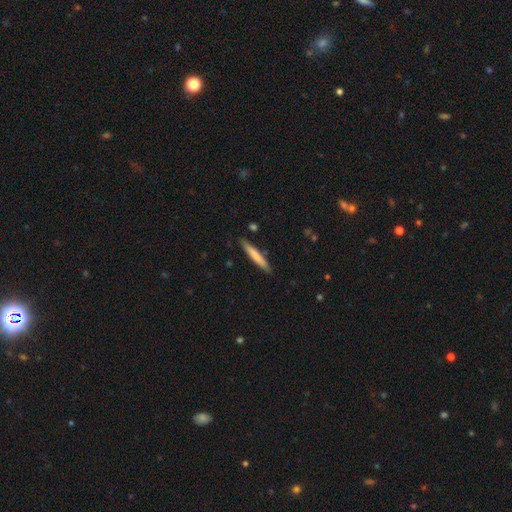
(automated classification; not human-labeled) Smooth or featured? smooth (74%)
How rounded? cigar-shaped (94%)
Merging? none (87%)